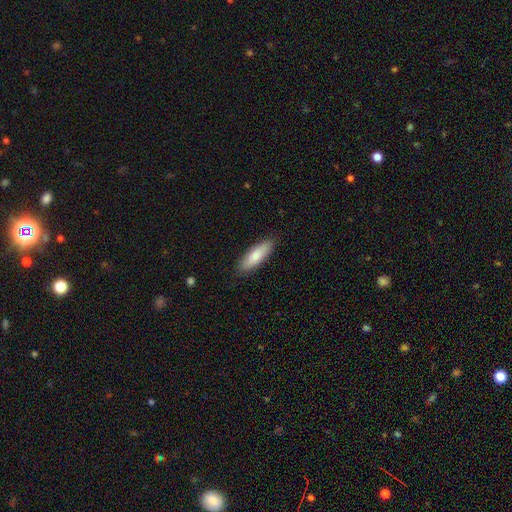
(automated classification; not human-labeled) smooth_or_featured: smooth (p=0.81) [alt: featured or disk p=0.14]
how_rounded: in between (p=0.52) [alt: cigar-shaped p=0.47]
merging: none (p=0.87) [alt: minor disturbance p=0.10]